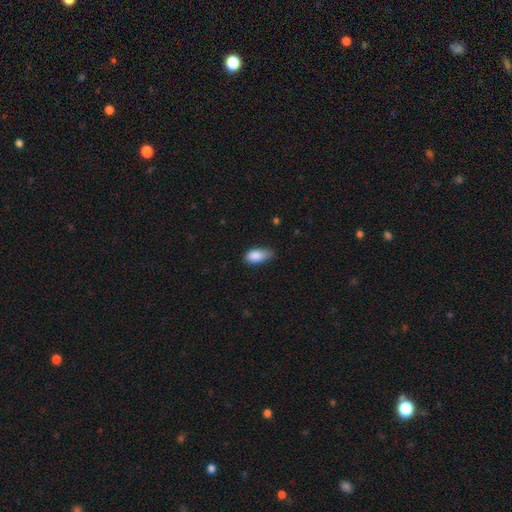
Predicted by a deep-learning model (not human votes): Overall: smooth (87%). How rounded: in between (90%). Merging: none (51%; minor disturbance 40%).